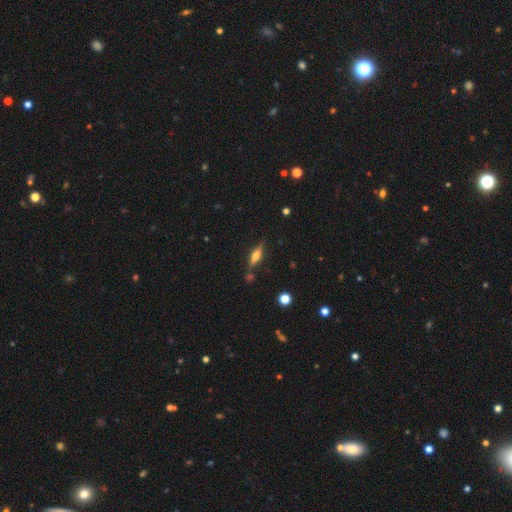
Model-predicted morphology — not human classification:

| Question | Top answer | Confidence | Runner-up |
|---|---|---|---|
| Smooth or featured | featured or disk | 61% | smooth (31%) |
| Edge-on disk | yes | 95% | no (5%) |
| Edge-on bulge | rounded | 85% | boxy (12%) |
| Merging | none | 79% | minor disturbance (12%) |